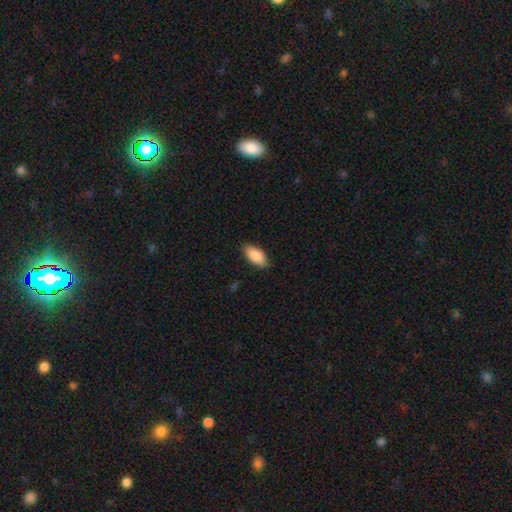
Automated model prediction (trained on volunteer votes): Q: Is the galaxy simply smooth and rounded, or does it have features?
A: smooth — 89%.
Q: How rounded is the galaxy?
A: in between — 91%.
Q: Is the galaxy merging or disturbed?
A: none — 83%.